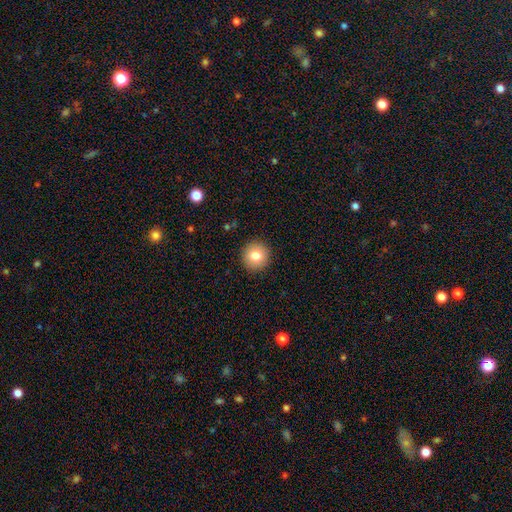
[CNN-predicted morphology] smooth-or-featured: smooth: 80% | featured or disk: 11% | star or artifact: 10%
  how-rounded: round: 95% | in between: 5% | cigar-shaped: 1%
  merging: none: 92% | minor disturbance: 5% | major disturbance: 2% | merger: 1%